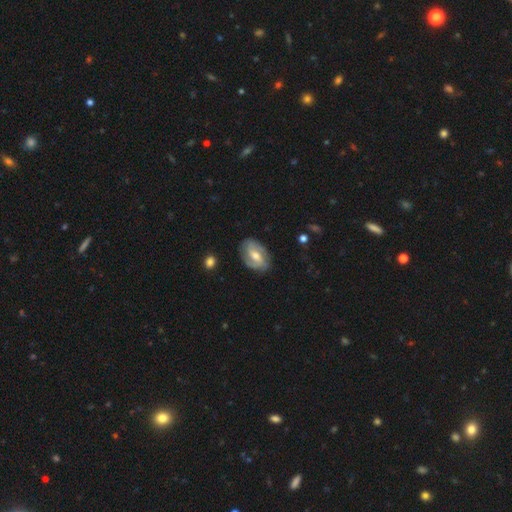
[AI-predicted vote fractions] Overall: featured or disk (73%). Edge-on disk: no (96%). Bar: weak (49%; no 28%). Spiral arms: yes (89%). Spiral arm count: 2 (62%). Spiral winding: medium (42%; tight 34%). Bulge size: moderate (63%; small 31%). Merging: none (75%).